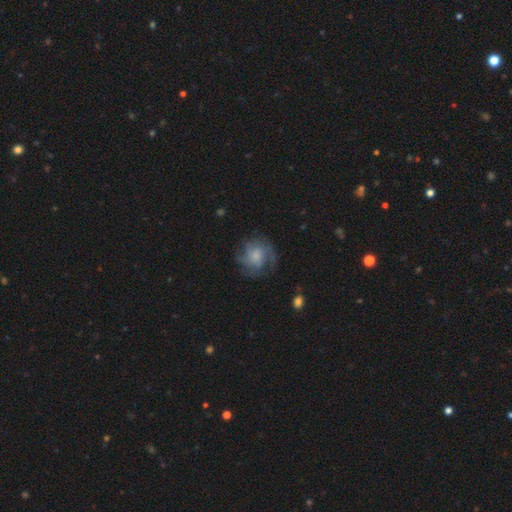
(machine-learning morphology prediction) The model was most divided on "bulge size": moderate: 37%, small: 35%, none: 13%, large: 12%, dominant: 2%. More confident: edge-on disk — no (98%); spiral arms — yes (82%); bar — no (74%); merging — none (64%); smooth or featured — featured or disk (57%).